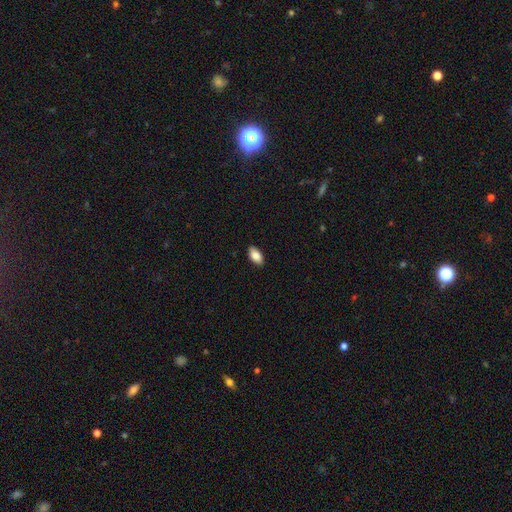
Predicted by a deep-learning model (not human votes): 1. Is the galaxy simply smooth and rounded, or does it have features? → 87% smooth, 7% star or artifact, 6% featured or disk.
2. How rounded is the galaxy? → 94% in between, 4% round, 3% cigar-shaped.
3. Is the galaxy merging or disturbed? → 88% none, 9% minor disturbance, 2% major disturbance, 1% merger.